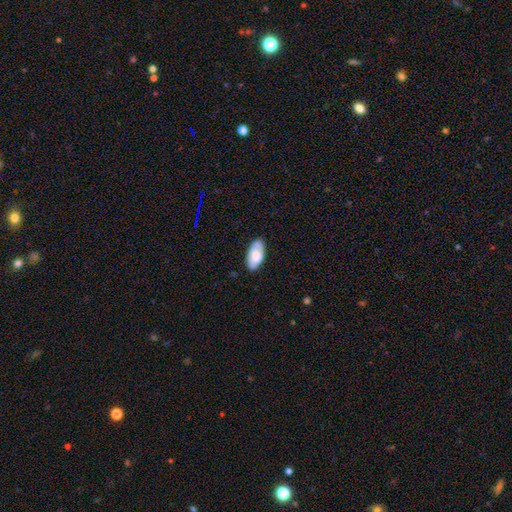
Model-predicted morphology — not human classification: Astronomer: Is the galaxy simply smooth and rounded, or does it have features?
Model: smooth — 71%.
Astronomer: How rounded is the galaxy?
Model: in between — 95%.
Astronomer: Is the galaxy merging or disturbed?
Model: none — 81%.